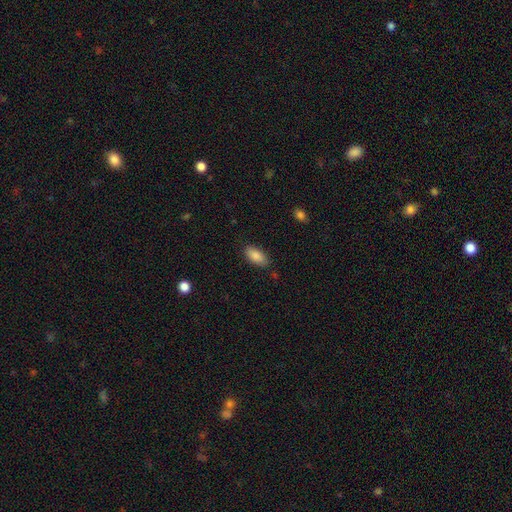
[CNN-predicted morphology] A smooth galaxy with no disk features (88%) that is in between round and cigar-shaped (91%). Merging: none (84%).